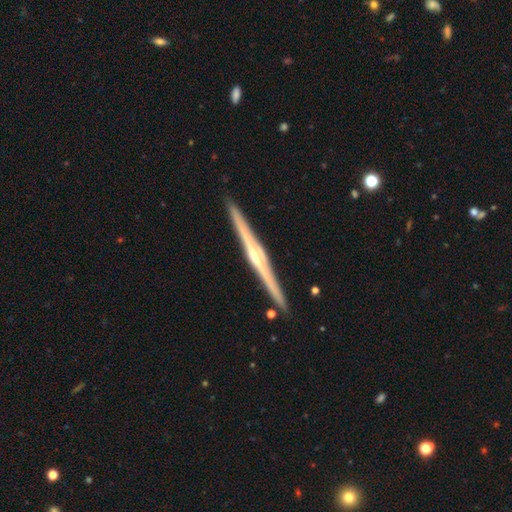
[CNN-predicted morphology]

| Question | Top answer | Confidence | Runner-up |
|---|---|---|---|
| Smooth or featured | featured or disk | 83% | smooth (12%) |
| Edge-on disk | yes | 99% | no (1%) |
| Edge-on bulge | rounded | 70% | none (17%) |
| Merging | none | 92% | minor disturbance (6%) |